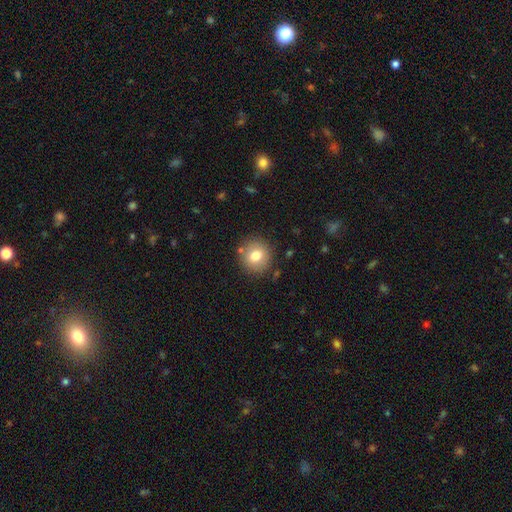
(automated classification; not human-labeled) Smooth or featured: smooth — 75% (featured or disk — 14%)
How rounded: round — 90% (in between — 9%)
Merging: none — 86% (minor disturbance — 9%)